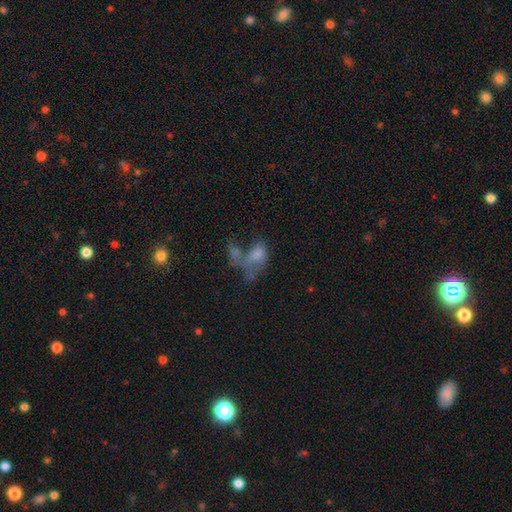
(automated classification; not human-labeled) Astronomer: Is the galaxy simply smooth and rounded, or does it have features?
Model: smooth — 62%.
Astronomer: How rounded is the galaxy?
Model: in between — 86%.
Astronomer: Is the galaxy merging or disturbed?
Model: merger — 52%.